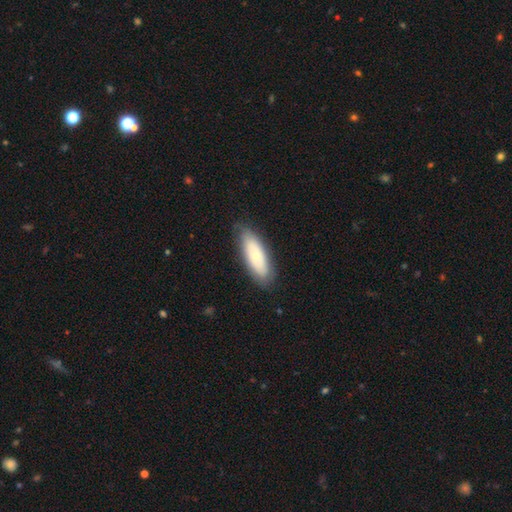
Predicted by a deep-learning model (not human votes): Smooth or featured: smooth — 67% (featured or disk — 27%)
How rounded: in between — 65% (cigar-shaped — 33%)
Merging: none — 82% (minor disturbance — 14%)